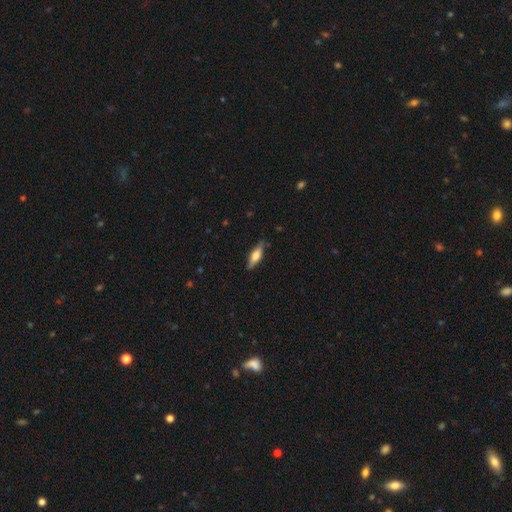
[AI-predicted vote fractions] smooth 57%, featured or disk 37%, star or artifact 6%. Down the decision tree: how rounded — cigar-shaped (52%); merging — none (83%).